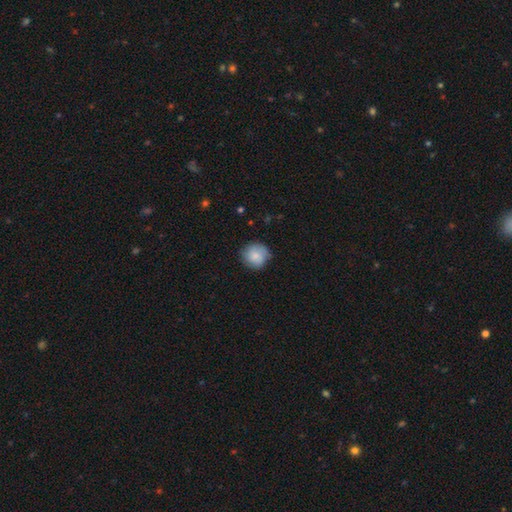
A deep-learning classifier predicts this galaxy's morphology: Smooth or featured? smooth (81%)
How rounded? round (91%)
Merging? none (76%)